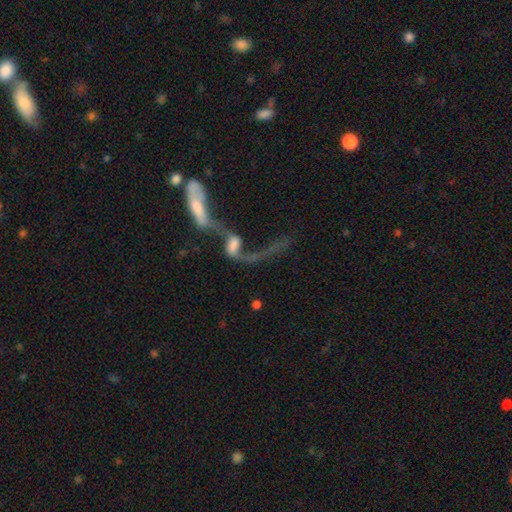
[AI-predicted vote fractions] Smooth or featured? featured or disk (46%)
Merging? merger (55%)